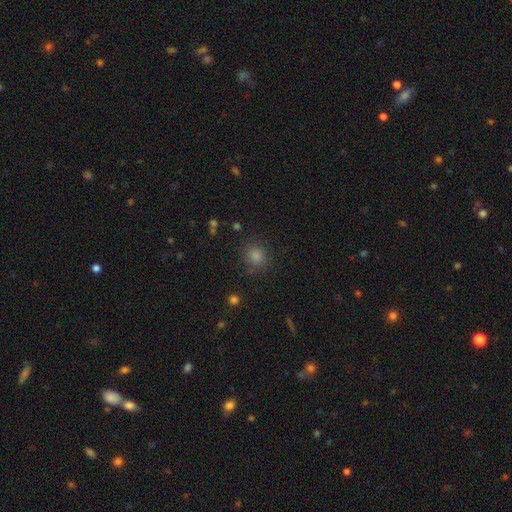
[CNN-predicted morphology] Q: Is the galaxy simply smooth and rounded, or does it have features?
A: smooth — 75%.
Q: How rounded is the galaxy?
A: round — 88%.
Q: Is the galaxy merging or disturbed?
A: none — 86%.